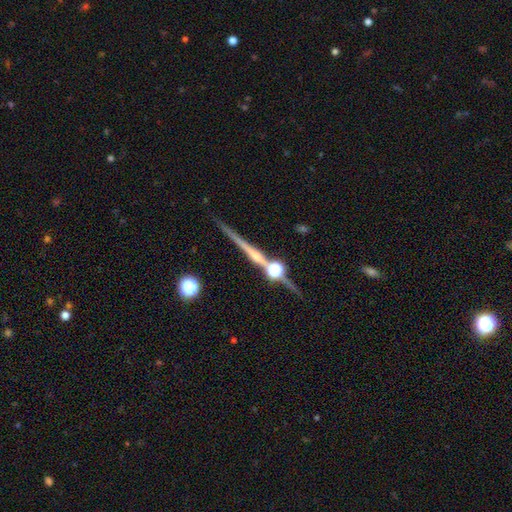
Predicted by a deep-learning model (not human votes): smooth_or_featured: featured or disk (p=0.66) [alt: smooth p=0.19]
disk_edge_on: yes (p=0.95) [alt: no p=0.05]
edge_on_bulge: rounded (p=0.47) [alt: none p=0.43]
merging: none (p=0.79) [alt: merger p=0.09]